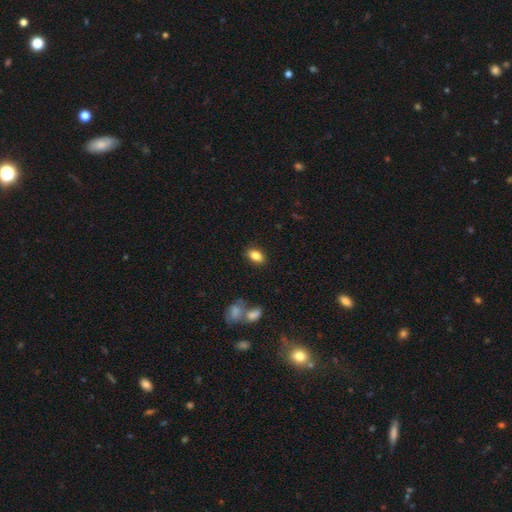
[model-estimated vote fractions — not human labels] Overall: smooth (84%). How rounded: in between (87%). Merging: none (86%).